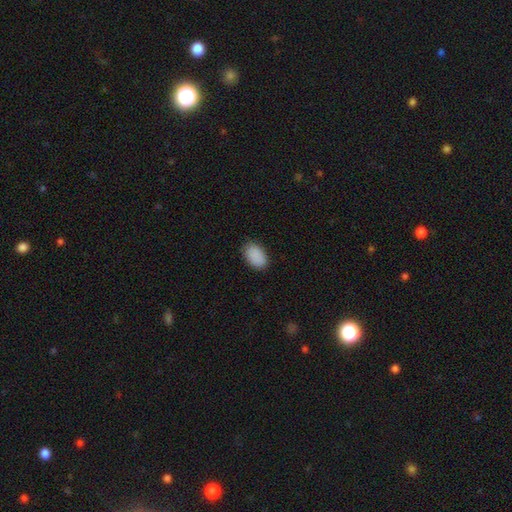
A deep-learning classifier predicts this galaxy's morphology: This is clearly a smooth galaxy (90%). How rounded: clearly in between (91%). Merging: clearly none (85%).